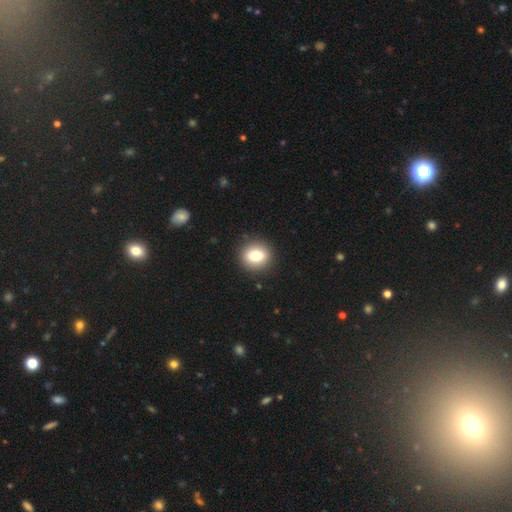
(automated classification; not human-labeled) Overall: smooth (76%). How rounded: round (74%). Merging: none (90%).